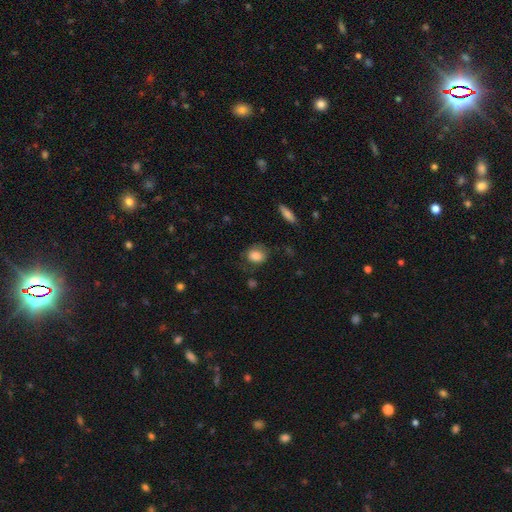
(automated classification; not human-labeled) smooth 82%, featured or disk 10%, star or artifact 8%. Down the decision tree: how rounded — round (57%); merging — none (66%).